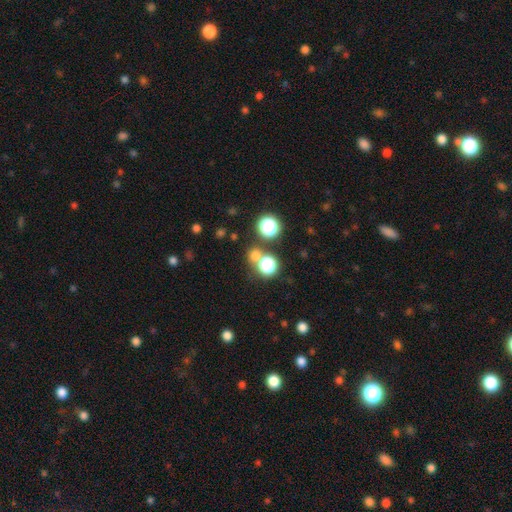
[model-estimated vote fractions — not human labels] smooth-or-featured: smooth: 65% | star or artifact: 29% | featured or disk: 7%
  how-rounded: round: 88% | in between: 11% | cigar-shaped: 1%
  merging: none: 67% | merger: 22% | minor disturbance: 7% | major disturbance: 4%